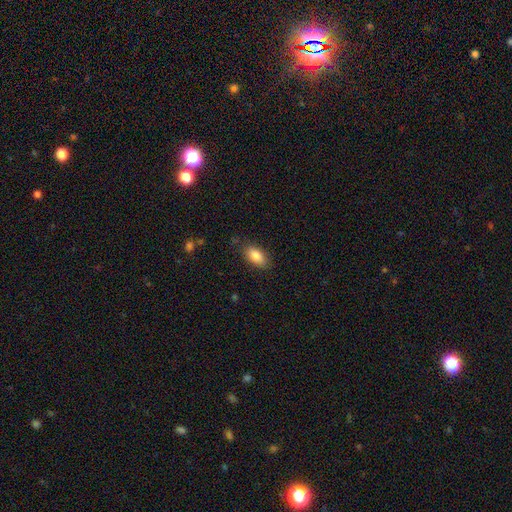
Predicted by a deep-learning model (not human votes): smooth 85%, featured or disk 7%, star or artifact 7%. Down the decision tree: how rounded — in between (91%); merging — none (84%).